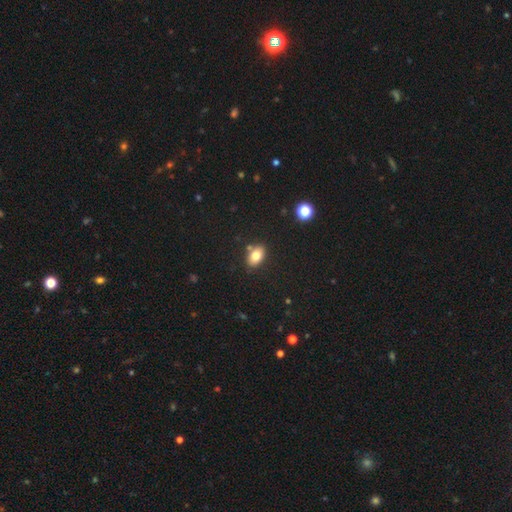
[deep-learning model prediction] The model was most divided on "smooth or featured": smooth: 78%, featured or disk: 12%, star or artifact: 10%. More confident: how rounded — in between (86%); merging — none (80%).